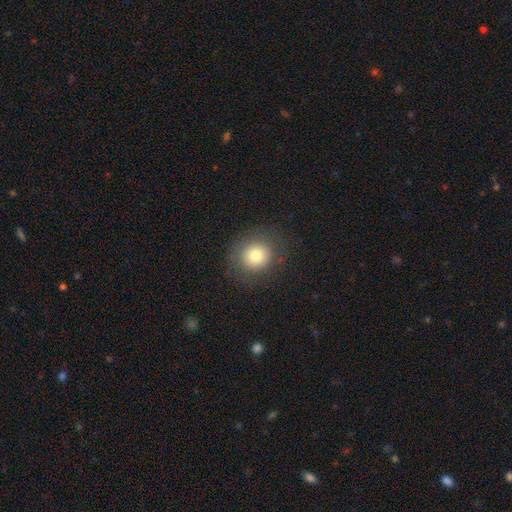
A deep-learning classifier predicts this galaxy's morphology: type=smooth (78%); roundness=round (84%); merging=none (84%).